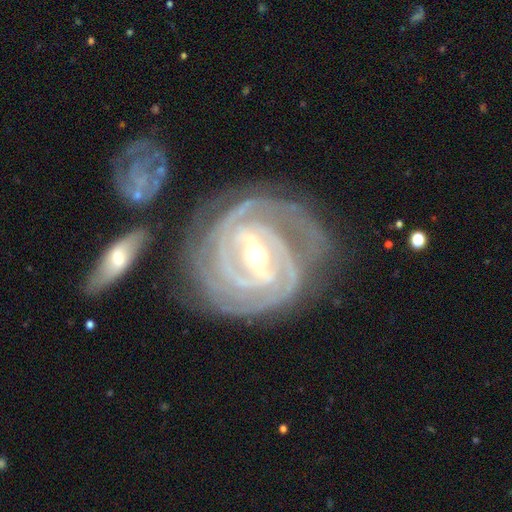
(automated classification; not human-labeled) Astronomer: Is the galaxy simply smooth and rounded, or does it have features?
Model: featured or disk — 92%.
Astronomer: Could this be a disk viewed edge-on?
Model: no — 97%.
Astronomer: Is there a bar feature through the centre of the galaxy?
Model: strong — 65%.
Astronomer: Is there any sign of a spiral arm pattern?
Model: yes — 98%.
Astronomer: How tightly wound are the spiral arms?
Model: tight — 82%.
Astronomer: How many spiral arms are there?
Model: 3 — 30% (runner-up: 2, 28%).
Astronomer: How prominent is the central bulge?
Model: moderate — 67%.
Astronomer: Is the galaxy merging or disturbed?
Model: none — 70%.